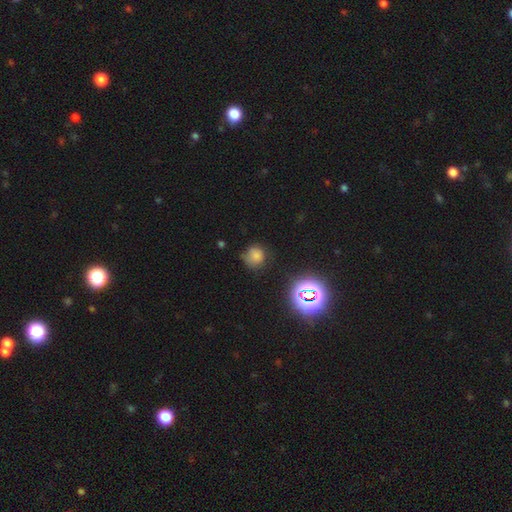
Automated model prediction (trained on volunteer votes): Smooth or featured?
  - smooth: 69% *
  - star or artifact: 21%
  - featured or disk: 9%
How rounded?
  - round: 84% *
  - in between: 14%
  - cigar-shaped: 1%
Merging?
  - none: 61% *
  - minor disturbance: 27%
  - major disturbance: 9%
  - merger: 3%